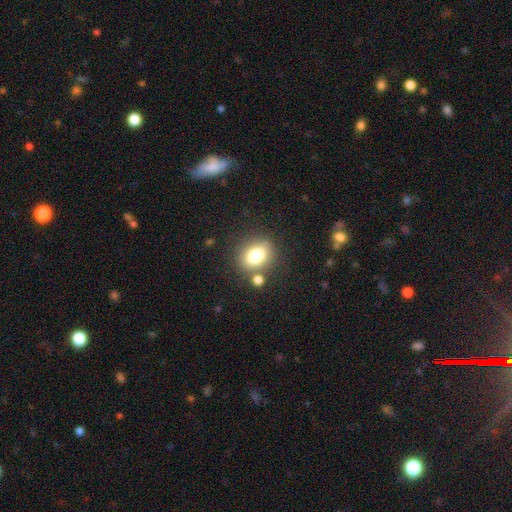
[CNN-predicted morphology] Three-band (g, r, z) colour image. It shows a smooth galaxy with no disk features (78%) that is in between round and cigar-shaped (55%). Merging: none (73%).